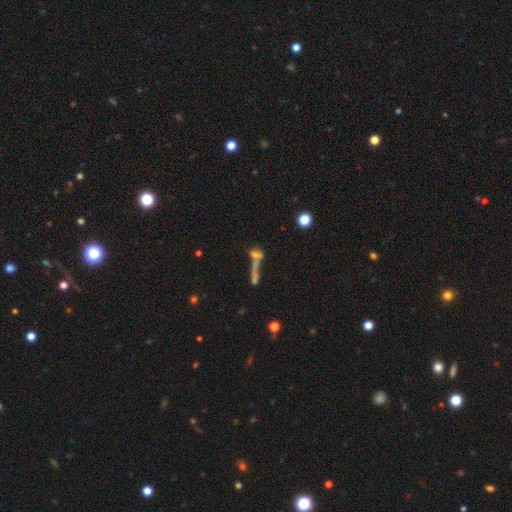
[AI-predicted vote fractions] smooth 48%, featured or disk 32%, star or artifact 20%. Down the decision tree: merging — merger (46%).